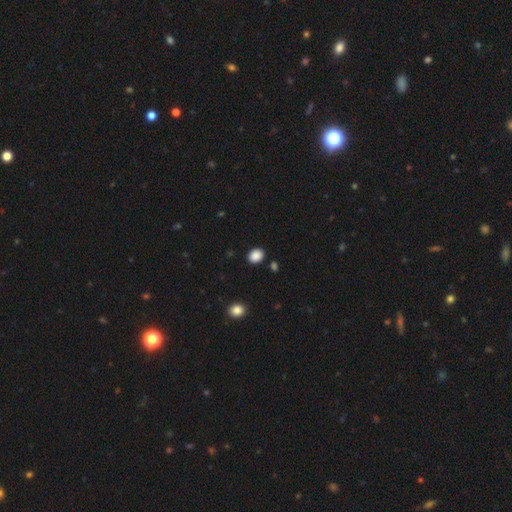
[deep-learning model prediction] A smooth galaxy with no disk features (88%) that is in between round and cigar-shaped (51%). Merging: none (88%).